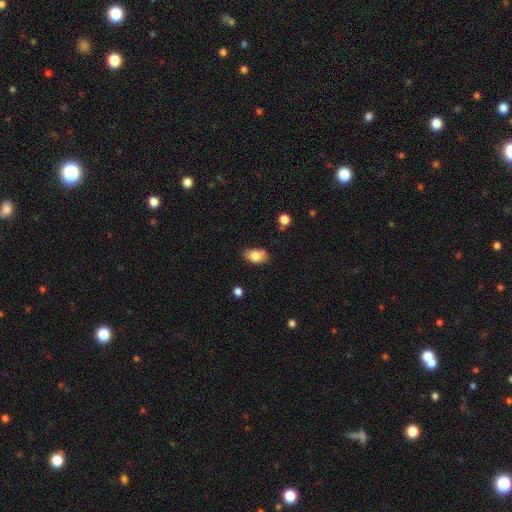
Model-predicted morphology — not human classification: Smooth or featured? Predicted: smooth (p=0.81). How rounded? Predicted: in between (p=0.88). Merging? Predicted: none (p=0.76).